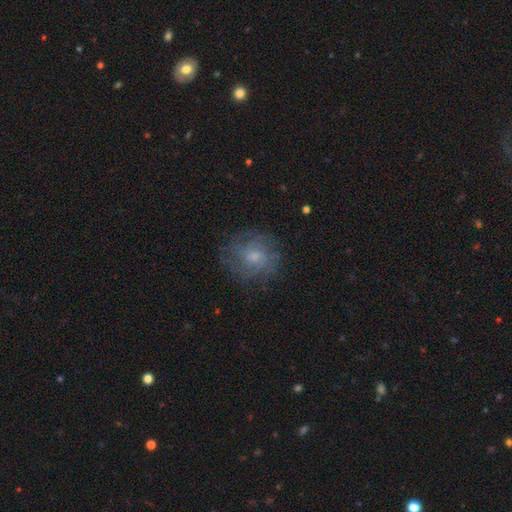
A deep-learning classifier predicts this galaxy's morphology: This appears to be a featured or disk galaxy (46%). Merging: none (76%).